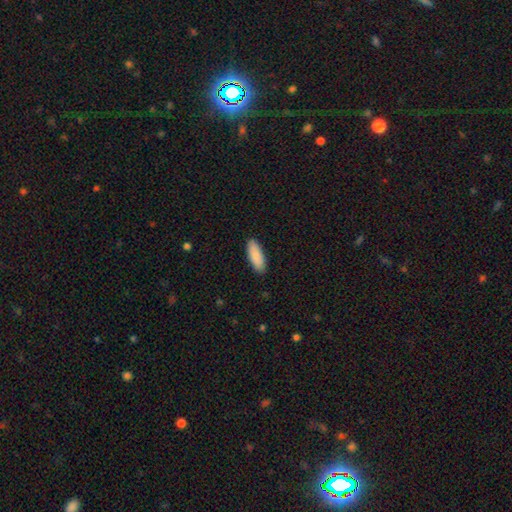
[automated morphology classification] The model was most divided on "how rounded": in between: 70%, cigar-shaped: 28%, round: 2%. More confident: merging — none (89%); smooth or featured — smooth (88%).